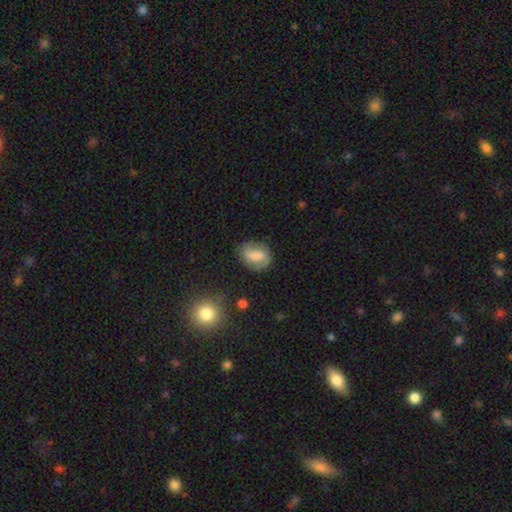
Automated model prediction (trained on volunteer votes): smooth-or-featured: smooth: 55% | featured or disk: 36% | star or artifact: 9%
  how-rounded: in between: 67% | round: 31% | cigar-shaped: 2%
  merging: none: 69% | minor disturbance: 21% | major disturbance: 8% | merger: 2%